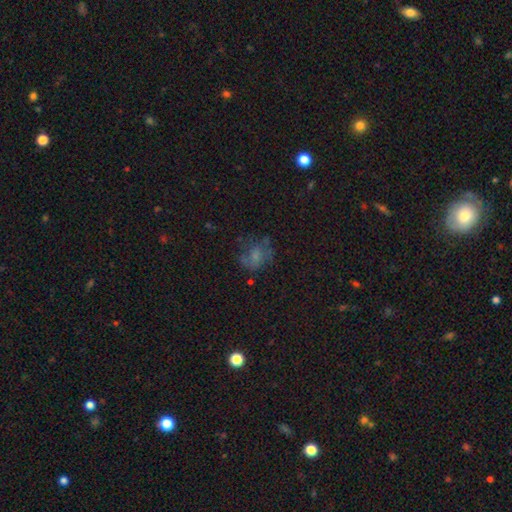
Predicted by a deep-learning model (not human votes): A smooth galaxy with no disk features (46%). Merging: none (51%).